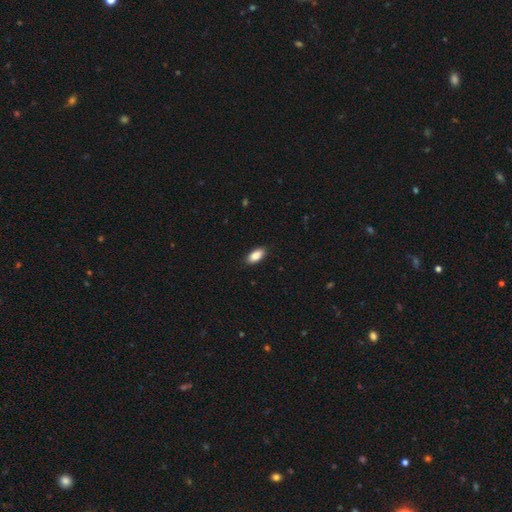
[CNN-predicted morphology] A smooth galaxy with no disk features (88%) that is in between round and cigar-shaped (90%).

Vote fractions:
- Smooth or featured? smooth: 88% / star or artifact: 7% / featured or disk: 5%
- How rounded? in between: 90% / cigar-shaped: 7% / round: 3%
- Merging? none: 89% / minor disturbance: 9% / major disturbance: 2% / merger: 1%